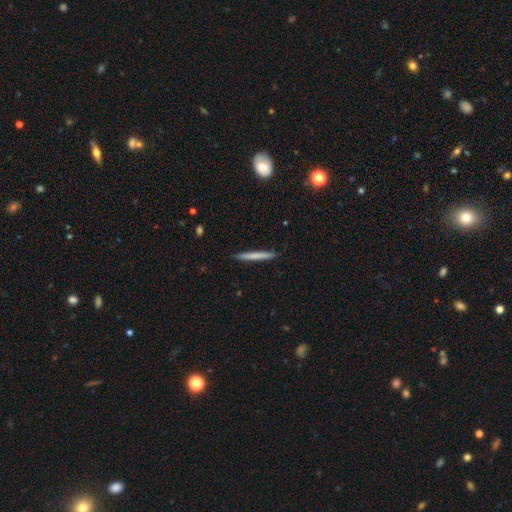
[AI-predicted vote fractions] Smooth or featured? smooth (67%)
How rounded? cigar-shaped (97%)
Merging? none (92%)